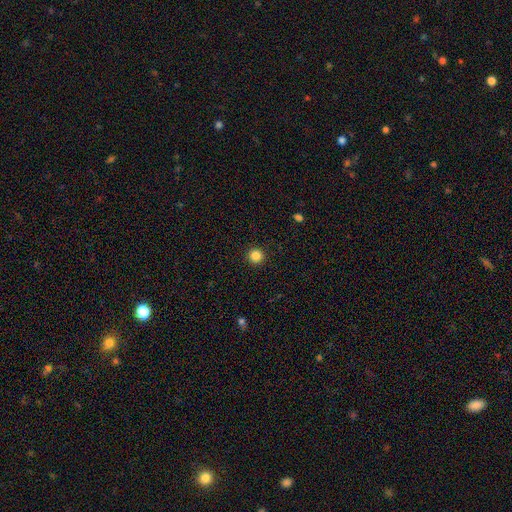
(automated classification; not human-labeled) Smooth or featured: smooth — 85% (star or artifact — 11%)
How rounded: round — 96% (in between — 3%)
Merging: none — 93% (minor disturbance — 4%)